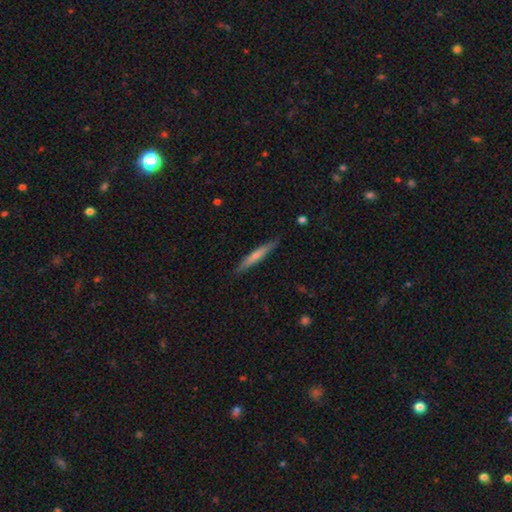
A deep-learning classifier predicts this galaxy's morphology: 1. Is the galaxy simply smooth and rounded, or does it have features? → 62% smooth, 33% featured or disk, 5% star or artifact.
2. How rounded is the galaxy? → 95% cigar-shaped, 4% in between, 1% round.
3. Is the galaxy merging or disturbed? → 87% none, 10% minor disturbance, 2% major disturbance, 1% merger.